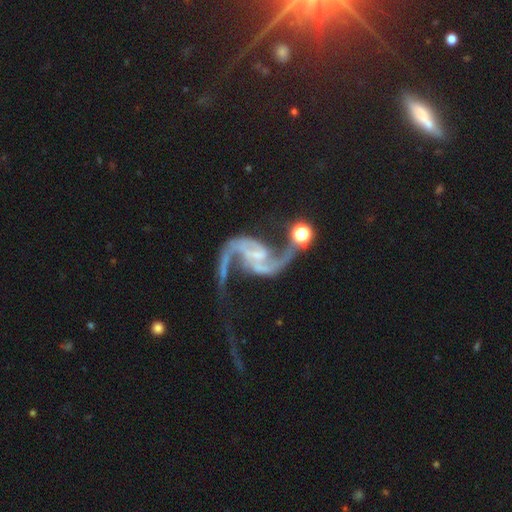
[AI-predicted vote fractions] Q: Smooth or featured?
A: featured or disk (92%); runner-up: star or artifact (5%)
Q: Edge-on disk?
A: no (98%); runner-up: yes (2%)
Q: Bar?
A: weak (45%); runner-up: no (31%)
Q: Spiral arms?
A: yes (98%); runner-up: no (2%)
Q: Spiral winding?
A: loose (75%); runner-up: medium (21%)
Q: Spiral arm count?
A: 2 (94%); runner-up: 1 (2%)
Q: Bulge size?
A: small (54%); runner-up: none (27%)
Q: Merging?
A: none (49%); runner-up: major disturbance (21%)